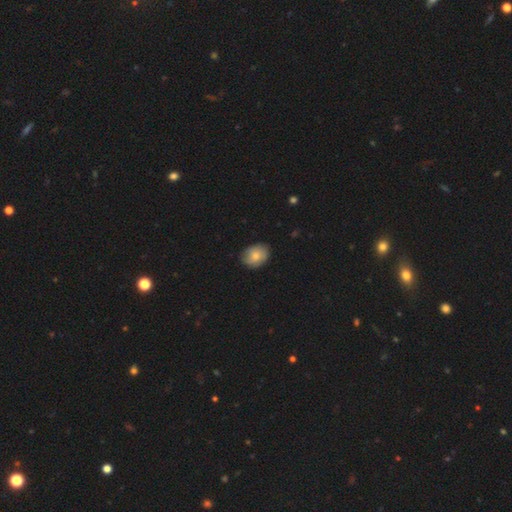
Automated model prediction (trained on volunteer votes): A smooth galaxy with no disk features (78%) that is in between round and cigar-shaped (59%). Merging: none (81%).